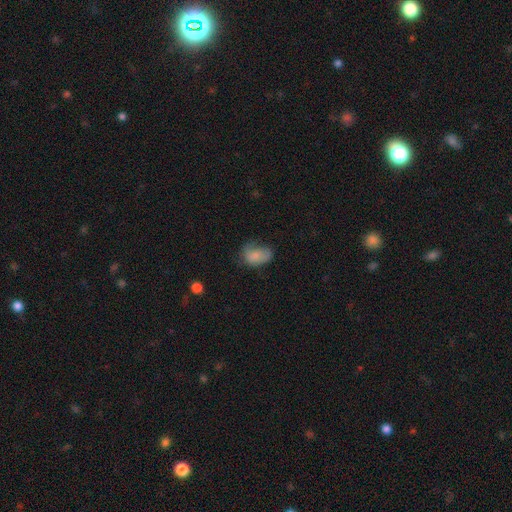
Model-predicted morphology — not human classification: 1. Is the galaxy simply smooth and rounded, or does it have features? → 74% smooth, 17% featured or disk, 9% star or artifact.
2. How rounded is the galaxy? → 84% in between, 15% round, 1% cigar-shaped.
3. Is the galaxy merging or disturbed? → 36% none, 35% minor disturbance, 26% major disturbance, 3% merger.